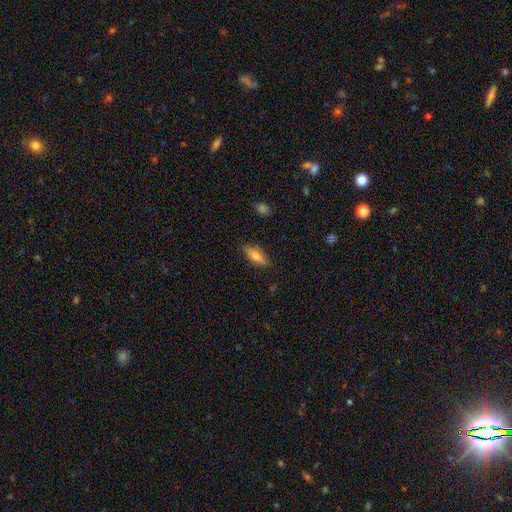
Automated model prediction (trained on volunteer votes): Overall: smooth (73%). How rounded: in between (66%; cigar-shaped 32%). Merging: none (83%).